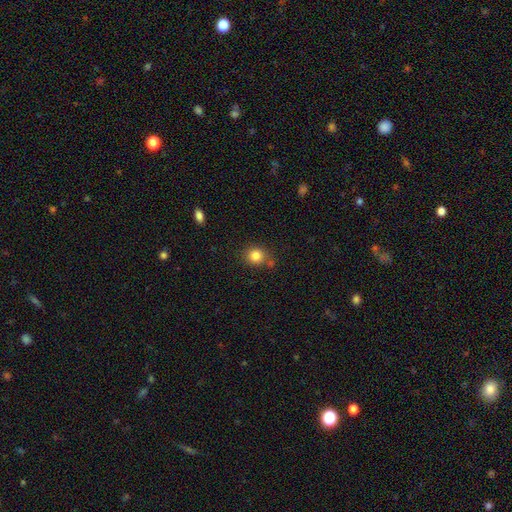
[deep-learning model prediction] This is clearly a smooth galaxy (84%). How rounded: likely round (80%). Merging: likely none (75%).